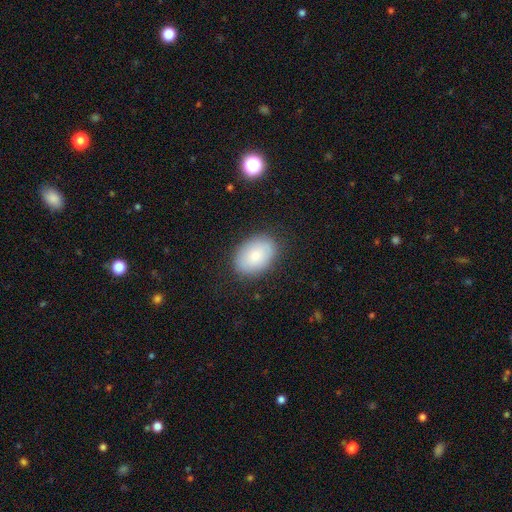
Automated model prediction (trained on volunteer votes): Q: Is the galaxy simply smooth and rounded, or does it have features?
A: smooth — 78%.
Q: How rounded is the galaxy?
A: in between — 81%.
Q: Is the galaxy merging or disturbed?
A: none — 84%.